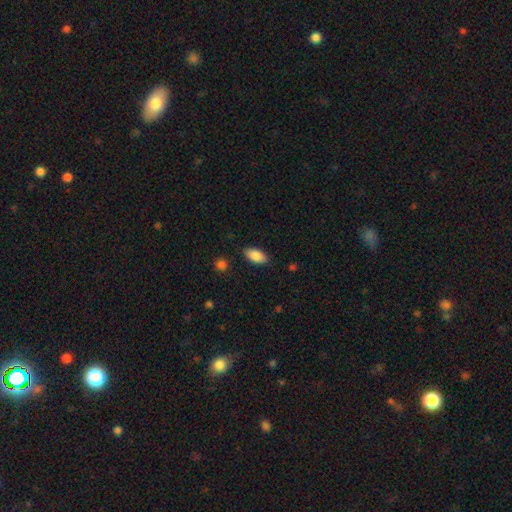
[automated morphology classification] smooth 88%, star or artifact 7%, featured or disk 5%. Down the decision tree: how rounded — in between (92%); merging — none (85%).